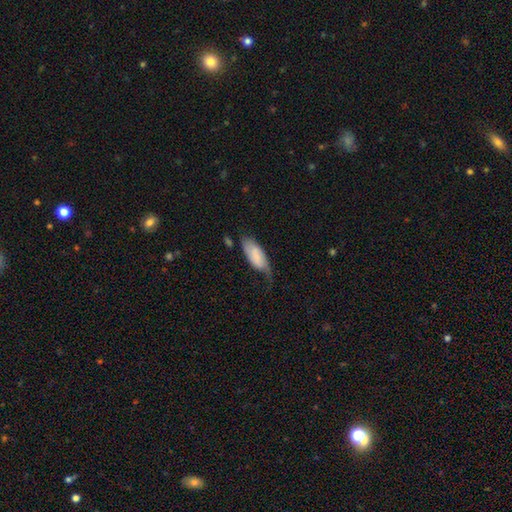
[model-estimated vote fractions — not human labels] This is likely a smooth galaxy (64%). How rounded: clearly in between (84%). Merging: marginally minor disturbance (38%).